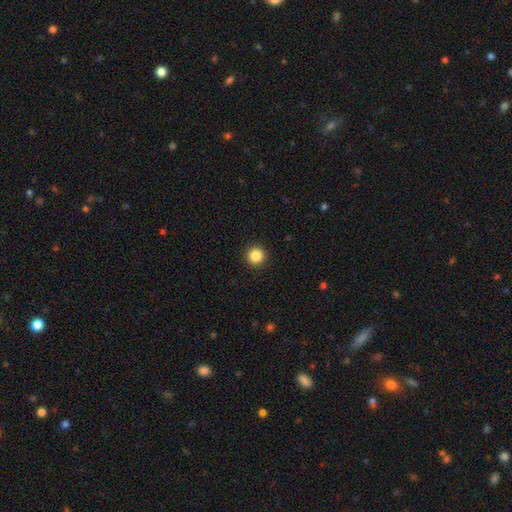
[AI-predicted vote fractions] Smooth or featured: smooth — 87% (star or artifact — 10%)
How rounded: round — 96% (in between — 3%)
Merging: none — 93% (minor disturbance — 4%)